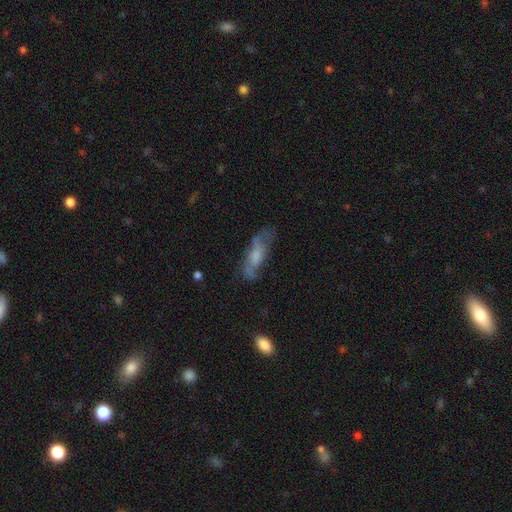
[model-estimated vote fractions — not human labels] Q: Smooth or featured?
A: featured or disk (51%); runner-up: smooth (40%)
Q: Edge-on disk?
A: no (69%); runner-up: yes (31%)
Q: Merging?
A: none (52%); runner-up: minor disturbance (26%)